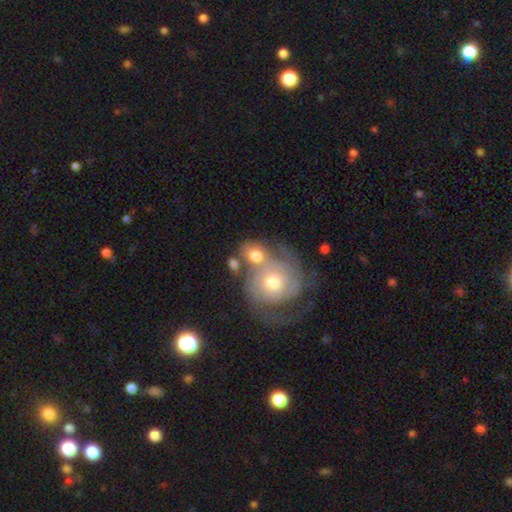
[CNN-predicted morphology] This appears to be a smooth galaxy with no disk features (51%) that is round (60%). Merging: merger (54%).